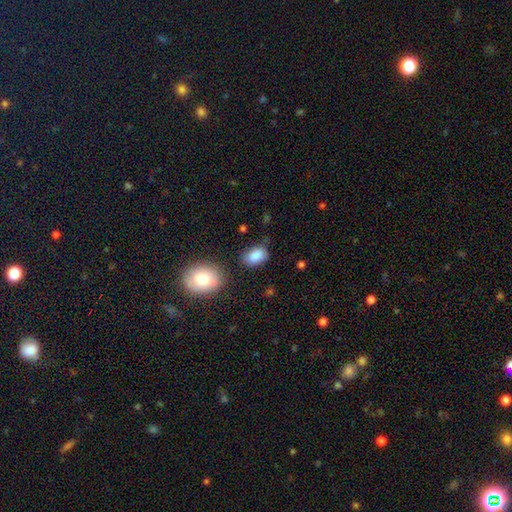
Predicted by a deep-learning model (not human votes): This appears to be a smooth galaxy with no disk features (86%) that is in between round and cigar-shaped (88%). Merging: none (71%).